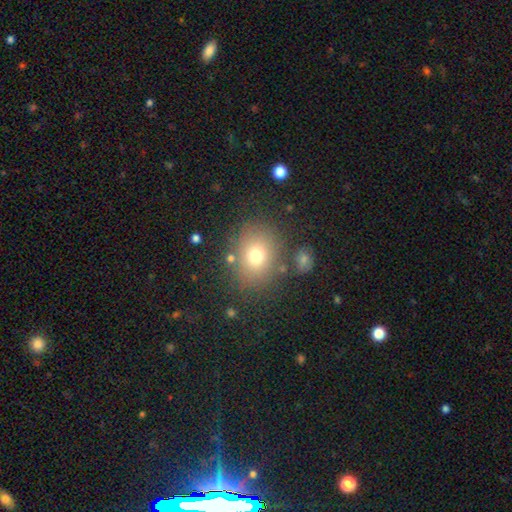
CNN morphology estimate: This is likely a smooth galaxy (72%). How rounded: possibly round (56%). Merging: likely none (78%).